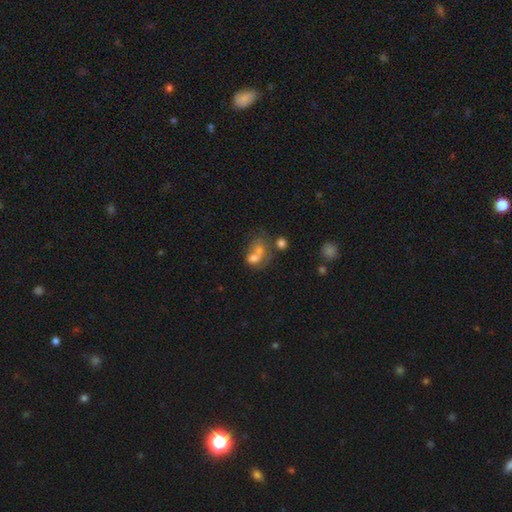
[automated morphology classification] smooth-or-featured: smooth: 63% | featured or disk: 25% | star or artifact: 13%
  how-rounded: in between: 58% | round: 41% | cigar-shaped: 1%
  merging: merger: 62% | none: 19% | major disturbance: 10% | minor disturbance: 9%